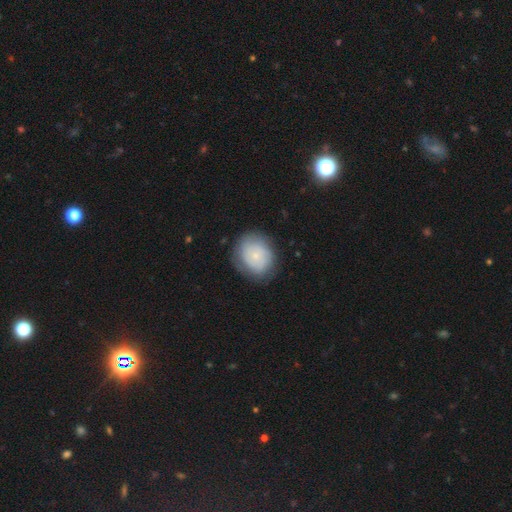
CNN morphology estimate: type=smooth (51%); roundness=round (67%); merging=none (75%).